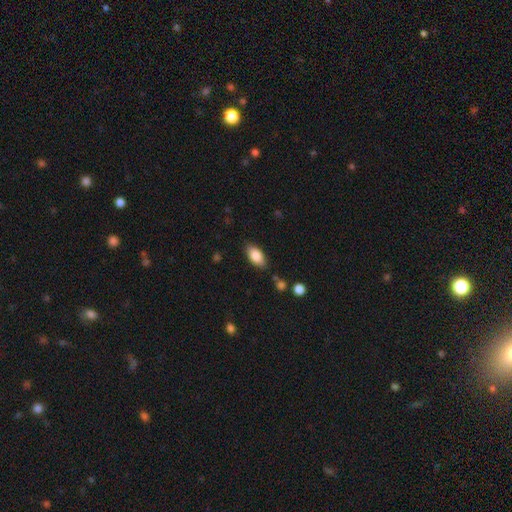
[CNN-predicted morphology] Overall: smooth (85%). How rounded: in between (91%). Merging: none (80%).